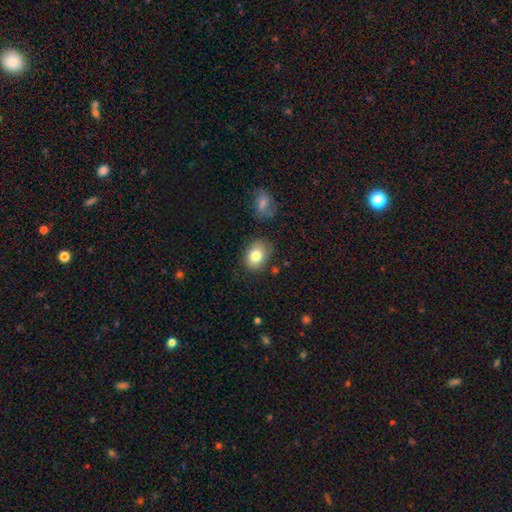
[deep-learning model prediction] Smooth or featured?
  - smooth: 81% *
  - featured or disk: 10%
  - star or artifact: 9%
How rounded?
  - in between: 67% *
  - round: 32%
  - cigar-shaped: 1%
Merging?
  - none: 77% *
  - minor disturbance: 16%
  - major disturbance: 4%
  - merger: 3%